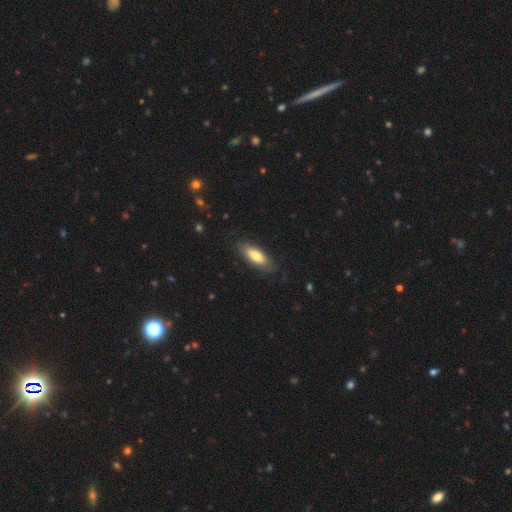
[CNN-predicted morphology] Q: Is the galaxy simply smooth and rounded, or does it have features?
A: smooth — 76%.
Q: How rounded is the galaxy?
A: in between — 66%.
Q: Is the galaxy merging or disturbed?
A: none — 80%.